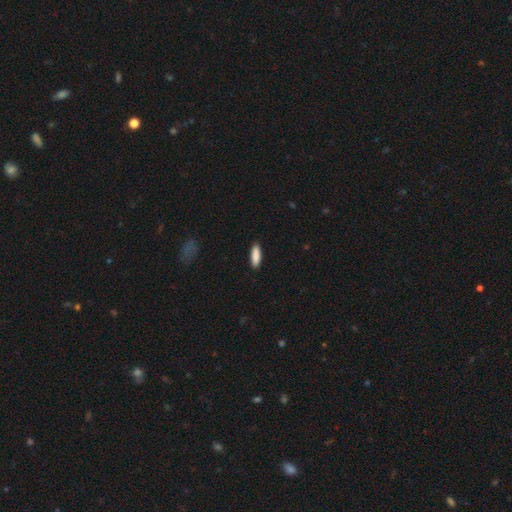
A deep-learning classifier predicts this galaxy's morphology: The model was most divided on "how rounded" (2-way tie): in between: 49%, cigar-shaped: 49%, round: 2%. More confident: merging — none (89%); smooth or featured — smooth (89%).